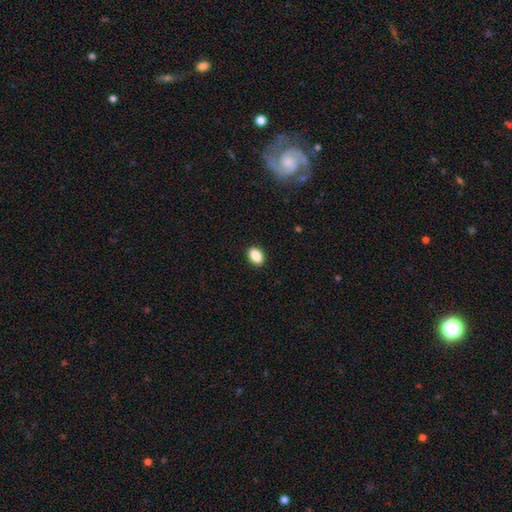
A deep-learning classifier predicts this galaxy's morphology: smooth_or_featured: smooth (p=0.89) [alt: star or artifact p=0.08]
how_rounded: in between (p=0.84) [alt: round p=0.14]
merging: none (p=0.91) [alt: minor disturbance p=0.07]